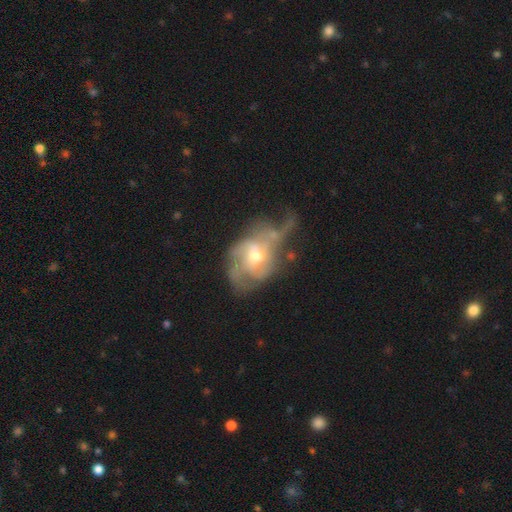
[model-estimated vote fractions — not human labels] Overall: featured or disk (73%). Edge-on disk: no (96%). Bar: no (56%; weak 36%). Spiral arms: yes (73%). Spiral arm count: 2 (40%; can't tell 30%). Spiral winding: loose (42%; medium 38%). Bulge size: moderate (67%). Merging: major disturbance (45%; none 26%).